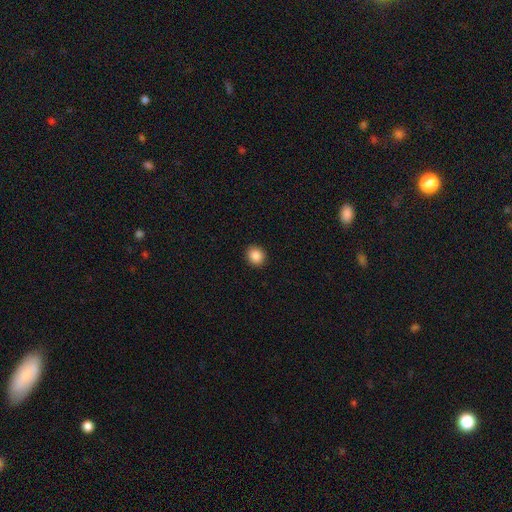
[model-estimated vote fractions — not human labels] smooth-or-featured: smooth: 88% | star or artifact: 9% | featured or disk: 3%
  how-rounded: round: 81% | in between: 18% | cigar-shaped: 1%
  merging: none: 92% | minor disturbance: 6% | major disturbance: 2% | merger: 1%